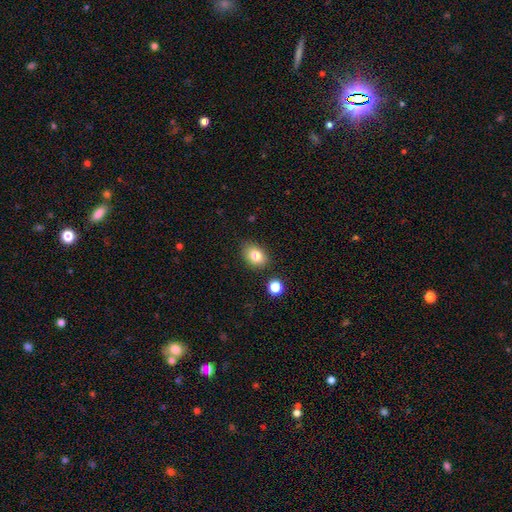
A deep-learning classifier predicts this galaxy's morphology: smooth_or_featured: smooth (p=0.82) [alt: star or artifact p=0.10]
how_rounded: in between (p=0.74) [alt: round p=0.25]
merging: none (p=0.83) [alt: minor disturbance p=0.11]